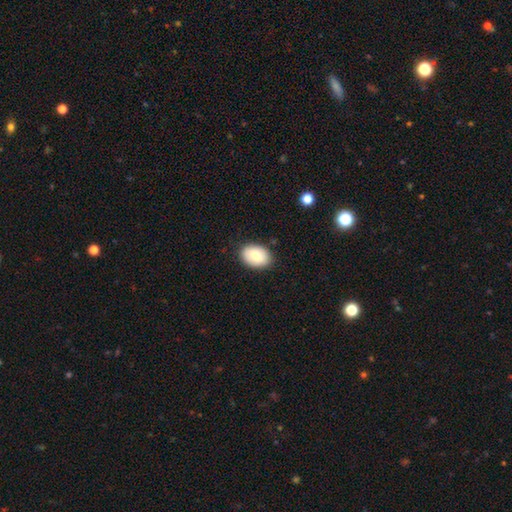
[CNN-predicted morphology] Overall: smooth (80%). How rounded: in between (80%). Merging: none (86%).